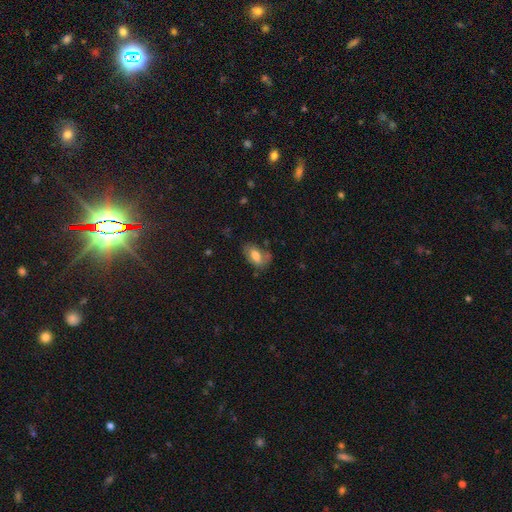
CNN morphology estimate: smooth-or-featured: smooth: 65% | featured or disk: 27% | star or artifact: 8%
  how-rounded: in between: 90% | round: 8% | cigar-shaped: 2%
  merging: none: 52% | minor disturbance: 29% | major disturbance: 14% | merger: 4%